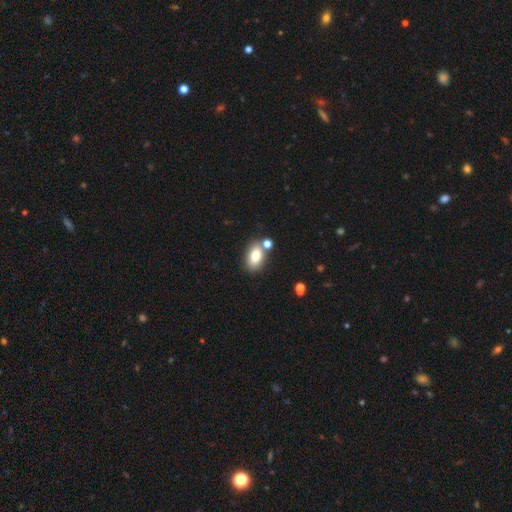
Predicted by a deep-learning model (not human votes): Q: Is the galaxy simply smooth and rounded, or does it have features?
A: smooth — 79%.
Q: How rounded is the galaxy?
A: in between — 87%.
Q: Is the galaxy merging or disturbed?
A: none — 70%.